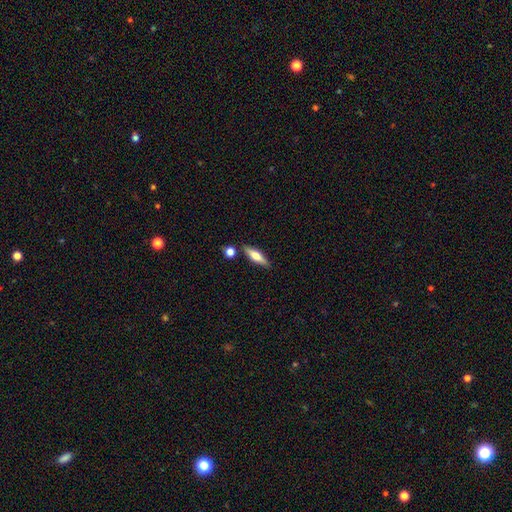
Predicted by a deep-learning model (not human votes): smooth 58%, featured or disk 35%, star or artifact 7%. Down the decision tree: how rounded — cigar-shaped (58%); merging — none (80%).